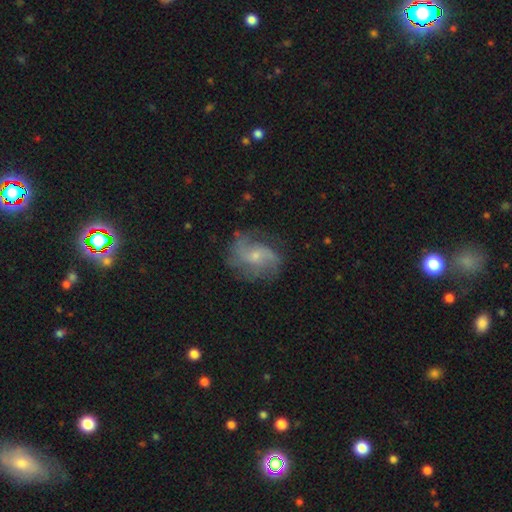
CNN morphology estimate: This is likely a featured or disk galaxy (76%). It is clearly not viewed edge-on (97%). Bar: likely no (61%). Spiral arm pattern: clearly yes (92%). Spiral arm count: possibly 2 (56%). Spiral winding: marginally loose (45%). Central bulge: possibly small (60%). Merging: likely none (67%).